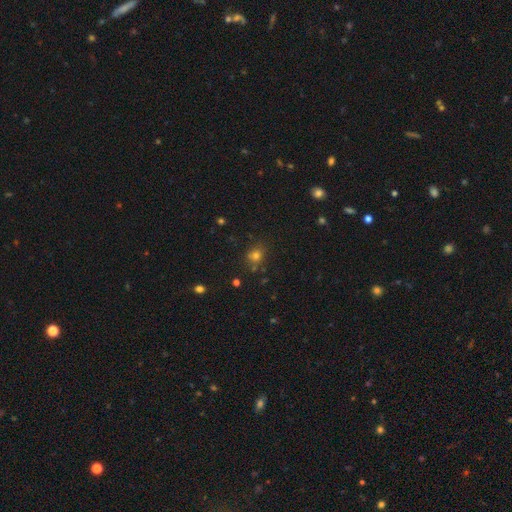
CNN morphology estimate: This appears to be a smooth galaxy with no disk features (71%) that is round (69%). Merging: none (72%).